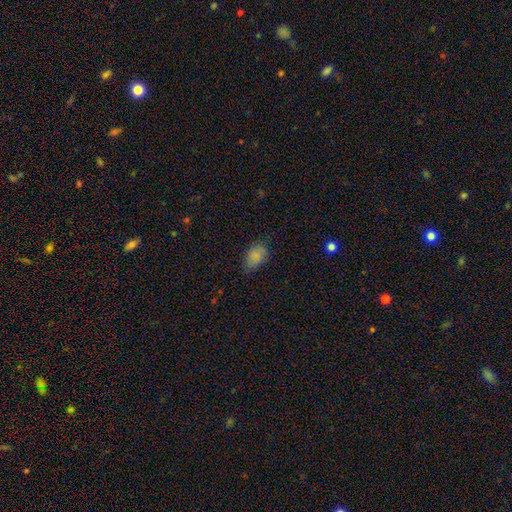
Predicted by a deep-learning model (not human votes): smooth-or-featured: smooth: 84% | star or artifact: 9% | featured or disk: 6%
  how-rounded: in between: 87% | round: 11% | cigar-shaped: 1%
  merging: none: 68% | minor disturbance: 25% | major disturbance: 5% | merger: 1%